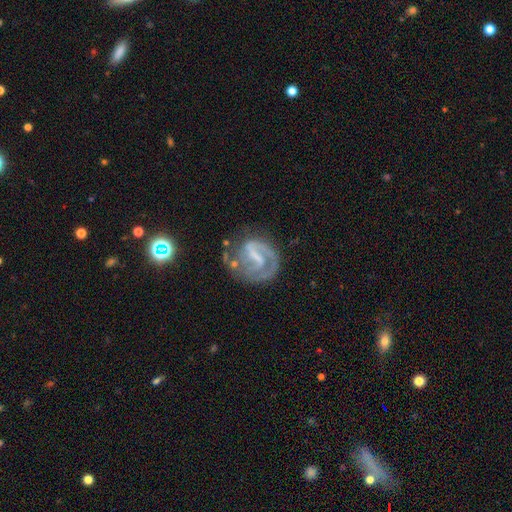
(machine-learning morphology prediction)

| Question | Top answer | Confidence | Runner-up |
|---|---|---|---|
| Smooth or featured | featured or disk | 80% | smooth (12%) |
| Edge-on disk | no | 97% | yes (3%) |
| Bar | strong | 44% | weak (41%) |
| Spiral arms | yes | 88% | no (12%) |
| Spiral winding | tight | 44% | medium (39%) |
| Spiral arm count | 2 | 48% | 1 (33%) |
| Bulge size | none | 49% | small (31%) |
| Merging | none | 54% | minor disturbance (21%) |